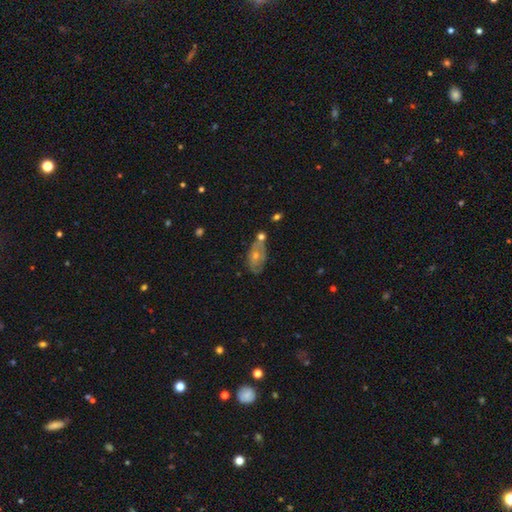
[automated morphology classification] Overall: featured or disk (50%; smooth 38%). Merging: none (57%; minor disturbance 22%).